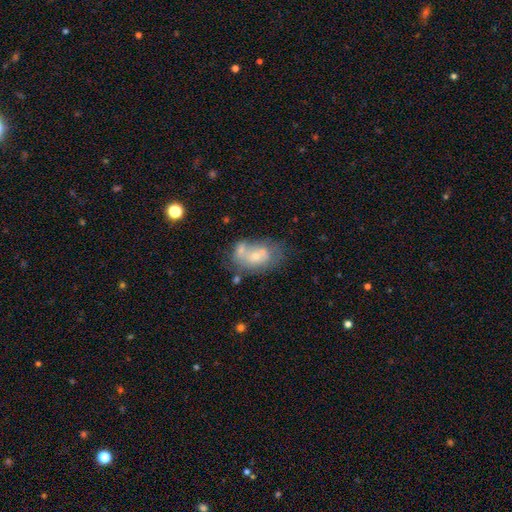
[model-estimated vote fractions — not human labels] Overall: smooth (47%; featured or disk 43%). Merging: merger (47%; none 26%).